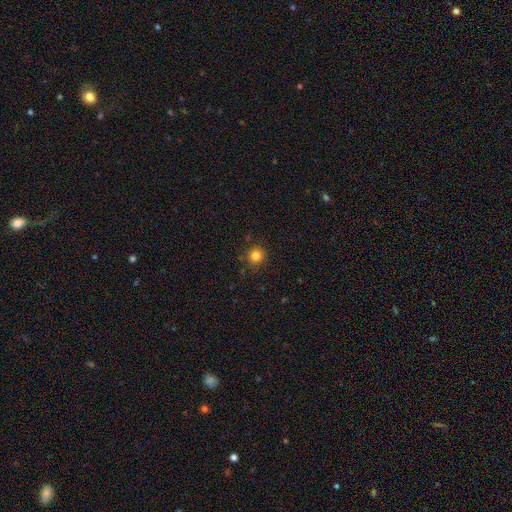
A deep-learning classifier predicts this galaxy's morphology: Smooth or featured: smooth — 82% (star or artifact — 13%)
How rounded: round — 94% (in between — 5%)
Merging: none — 88% (minor disturbance — 8%)